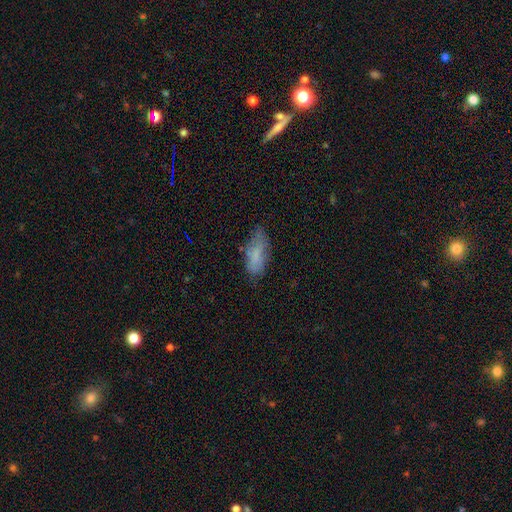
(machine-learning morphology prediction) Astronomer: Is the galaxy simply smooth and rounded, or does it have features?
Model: smooth — 70%.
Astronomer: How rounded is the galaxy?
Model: in between — 78%.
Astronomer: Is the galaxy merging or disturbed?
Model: none — 55% (runner-up: minor disturbance, 31%).